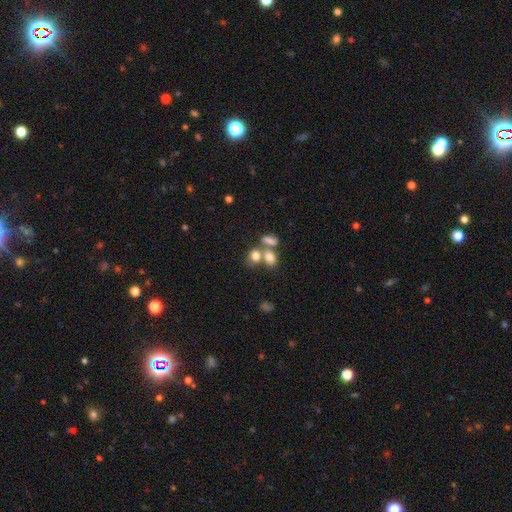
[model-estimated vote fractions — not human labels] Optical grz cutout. It shows a smooth galaxy with no disk features (74%) that is in between round and cigar-shaped (53%). Merging: merger (48%).